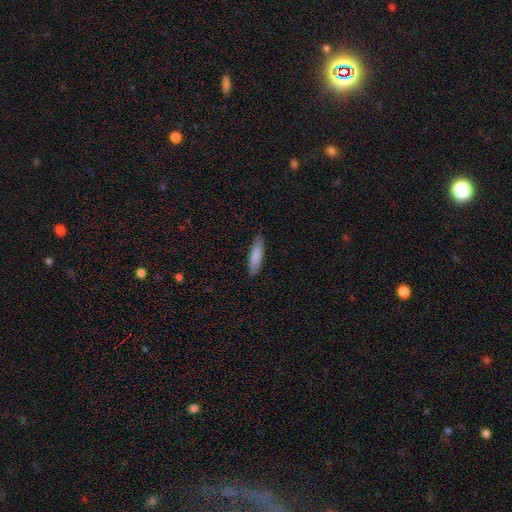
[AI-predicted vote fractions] The model was most divided on "how rounded": cigar-shaped: 67%, in between: 31%, round: 1%. More confident: merging — none (85%); smooth or featured — smooth (84%).